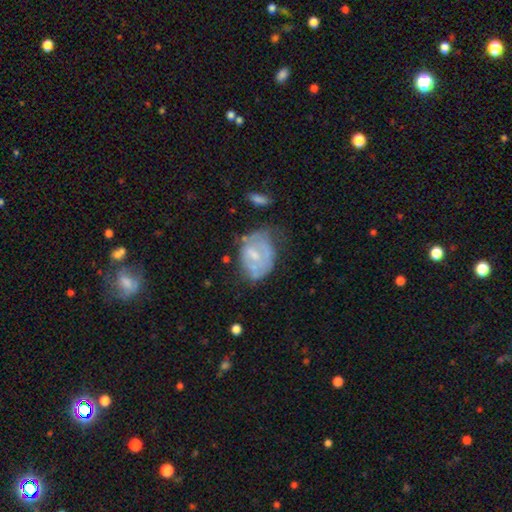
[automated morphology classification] Smooth or featured: featured or disk — 56% (smooth — 36%)
Edge-on disk: no — 96% (yes — 4%)
Bar: no — 55% (weak — 38%)
Spiral arms: no — 52% (yes — 48%)
Bulge size: small — 47% (moderate — 38%)
Merging: none — 38% (minor disturbance — 34%)